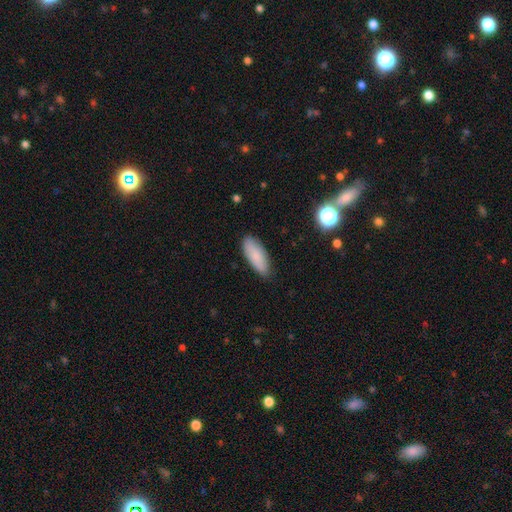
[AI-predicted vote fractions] A smooth galaxy with no disk features (83%) that is in between round and cigar-shaped (72%).

Vote fractions:
- Smooth or featured? smooth: 83% / featured or disk: 10% / star or artifact: 7%
- How rounded? in between: 72% / cigar-shaped: 26% / round: 2%
- Merging? none: 83% / minor disturbance: 13% / major disturbance: 2% / merger: 1%